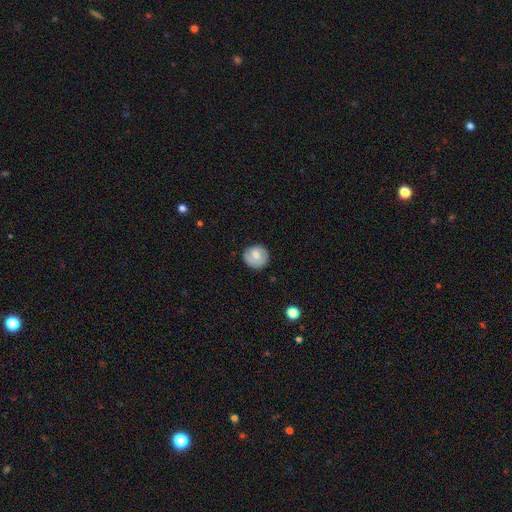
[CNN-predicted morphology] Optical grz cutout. It shows a smooth galaxy with no disk features (65%) that is round (87%). Merging: none (81%).